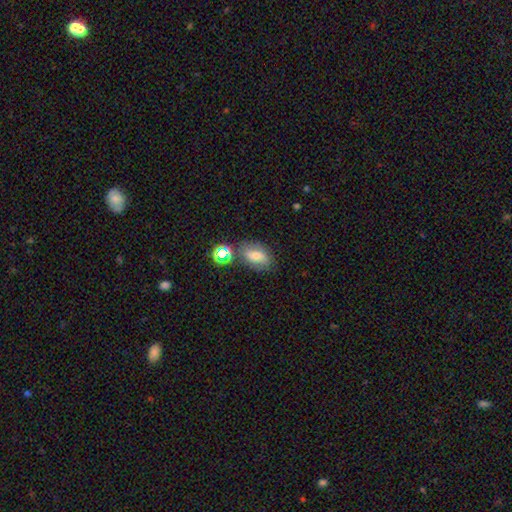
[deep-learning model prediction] Q: Smooth or featured?
A: smooth (60%); runner-up: featured or disk (23%)
Q: How rounded?
A: in between (80%); runner-up: round (16%)
Q: Merging?
A: none (68%); runner-up: minor disturbance (17%)